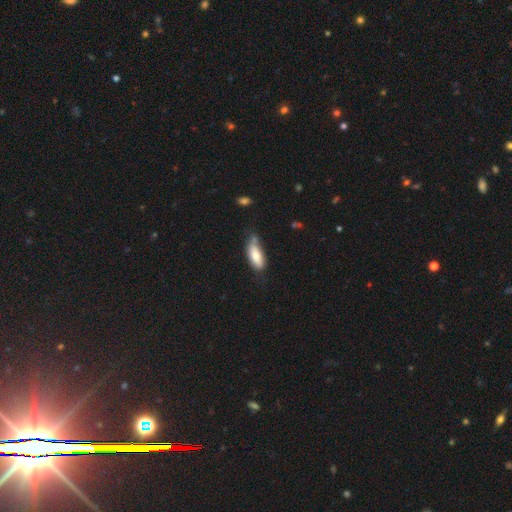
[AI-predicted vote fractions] A smooth galaxy with no disk features (79%) that is in between round and cigar-shaped (76%).

Vote fractions:
- Smooth or featured? smooth: 79% / featured or disk: 14% / star or artifact: 7%
- How rounded? in between: 76% / cigar-shaped: 22% / round: 2%
- Merging? none: 53% / minor disturbance: 30% / merger: 10% / major disturbance: 8%